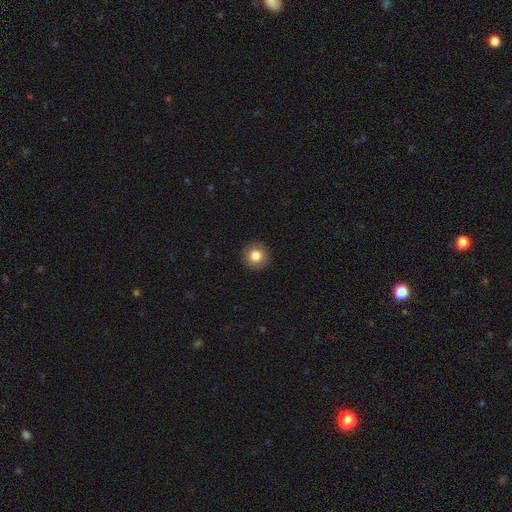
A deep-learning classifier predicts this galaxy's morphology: Q: Smooth or featured?
A: smooth (83%); runner-up: star or artifact (9%)
Q: How rounded?
A: round (95%); runner-up: in between (4%)
Q: Merging?
A: none (92%); runner-up: minor disturbance (5%)